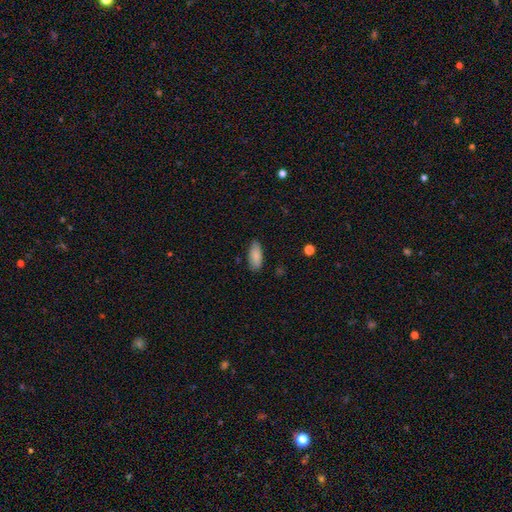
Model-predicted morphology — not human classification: smooth 87%, featured or disk 7%, star or artifact 6%. Down the decision tree: how rounded — in between (84%); merging — none (82%).